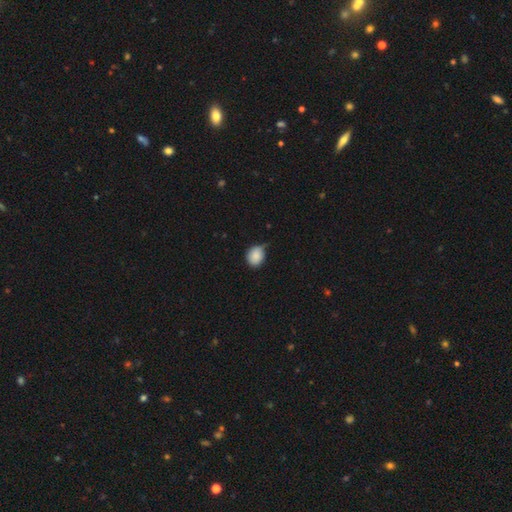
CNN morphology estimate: Smooth or featured? smooth (86%)
How rounded? round (57%)
Merging? none (50%)